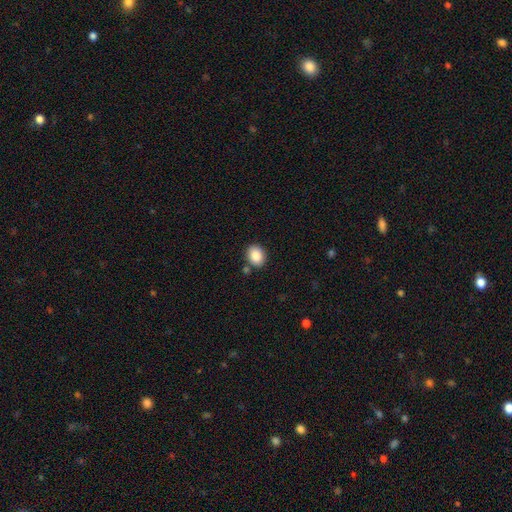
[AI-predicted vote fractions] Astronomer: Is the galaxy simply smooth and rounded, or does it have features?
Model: smooth — 86%.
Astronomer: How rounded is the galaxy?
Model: in between — 50% (runner-up: round, 49%).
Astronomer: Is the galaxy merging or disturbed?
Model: none — 82%.